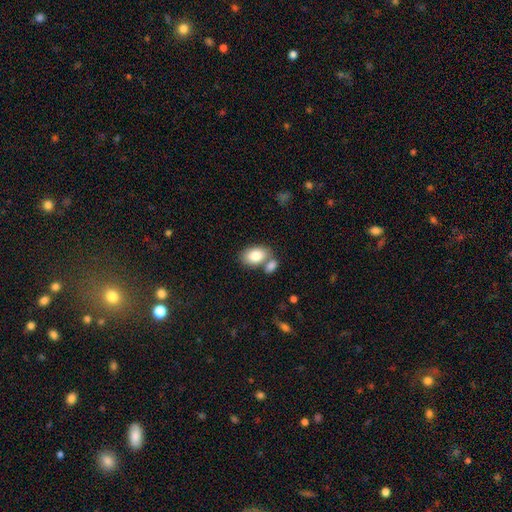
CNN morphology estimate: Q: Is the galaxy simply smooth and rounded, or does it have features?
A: smooth — 83%.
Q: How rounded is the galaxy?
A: in between — 88%.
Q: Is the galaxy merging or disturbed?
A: none — 51%.